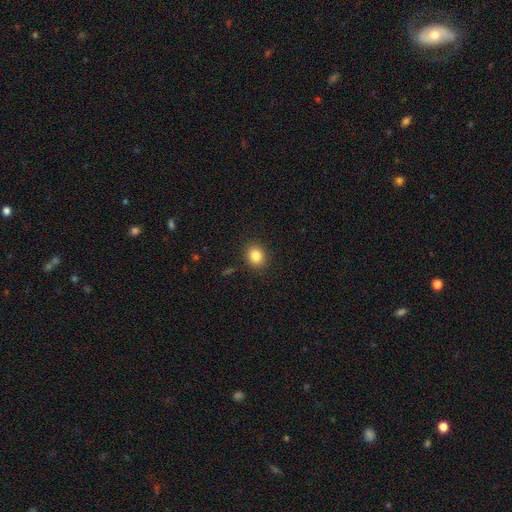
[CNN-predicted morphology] A smooth galaxy with no disk features (84%) that is round (72%). Merging: none (90%).